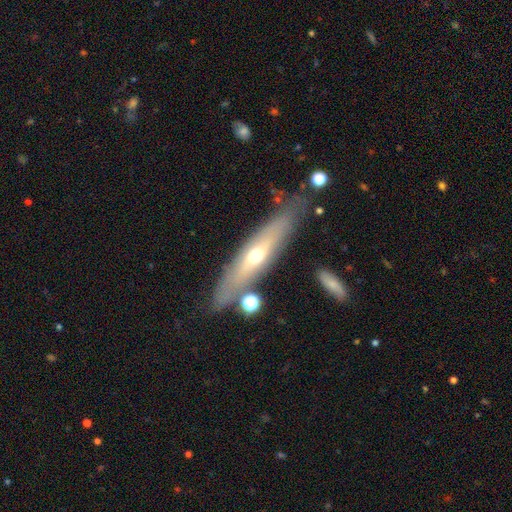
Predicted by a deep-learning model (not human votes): smooth_or_featured: featured or disk (p=0.56) [alt: smooth p=0.37]
disk_edge_on: yes (p=0.69) [alt: no p=0.31]
merging: none (p=0.78) [alt: minor disturbance p=0.14]